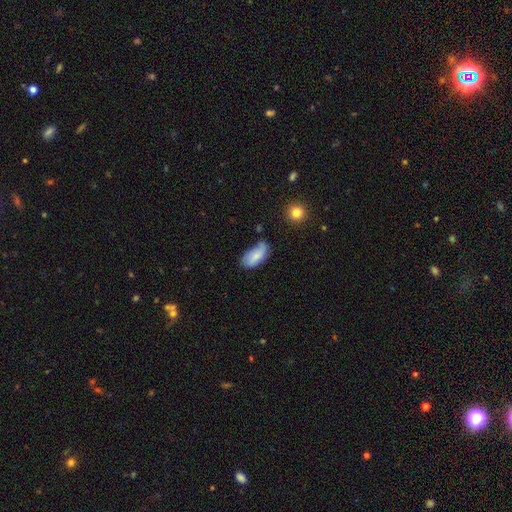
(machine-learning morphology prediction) Q: Smooth or featured?
A: smooth (77%); runner-up: featured or disk (16%)
Q: How rounded?
A: in between (91%); runner-up: cigar-shaped (7%)
Q: Merging?
A: none (45%); runner-up: minor disturbance (38%)